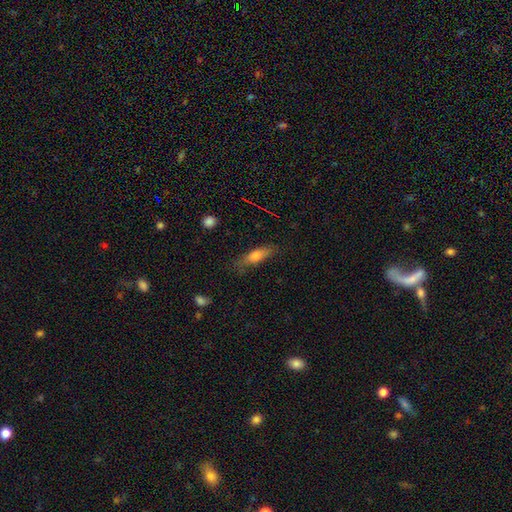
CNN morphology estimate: A smooth galaxy with no disk features (67%) that is cigar-shaped (54%).

Vote fractions:
- Smooth or featured? smooth: 67% / featured or disk: 25% / star or artifact: 8%
- How rounded? cigar-shaped: 54% / in between: 43% / round: 3%
- Merging? none: 72% / minor disturbance: 21% / major disturbance: 6% / merger: 2%